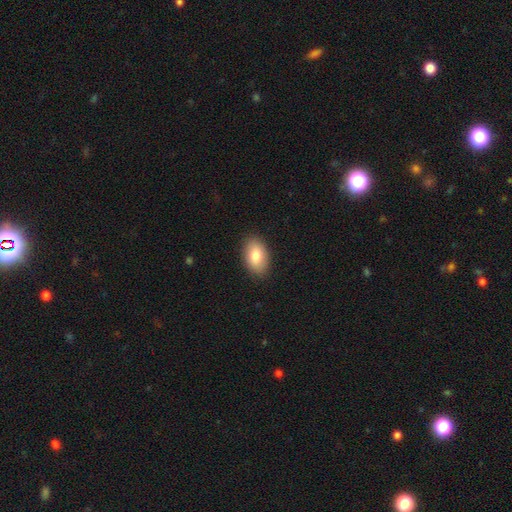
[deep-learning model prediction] A smooth galaxy with no disk features (83%) that is in between round and cigar-shaped (92%). Merging: none (88%).